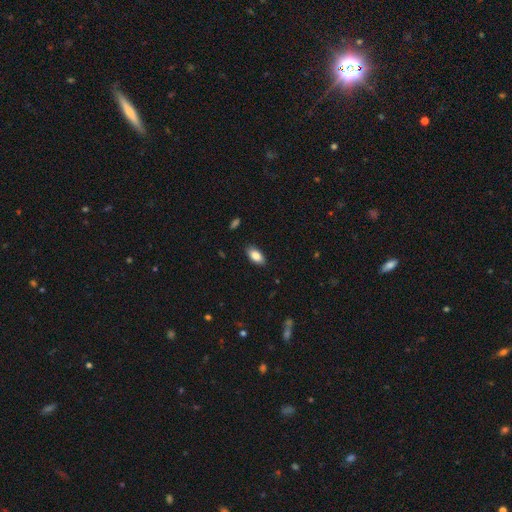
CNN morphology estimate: This appears to be a smooth galaxy with no disk features (84%) that is in between round and cigar-shaped (92%). Merging: none (87%).